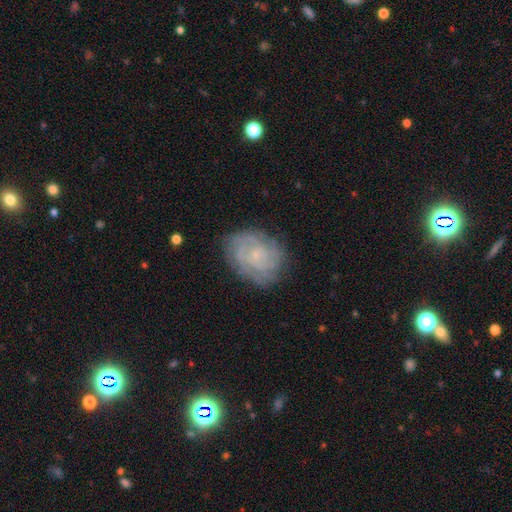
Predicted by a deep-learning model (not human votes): Q: Smooth or featured?
A: featured or disk (72%); runner-up: smooth (19%)
Q: Edge-on disk?
A: no (97%); runner-up: yes (3%)
Q: Bar?
A: no (76%); runner-up: weak (21%)
Q: Spiral arms?
A: yes (91%); runner-up: no (9%)
Q: Spiral winding?
A: tight (69%); runner-up: medium (25%)
Q: Spiral arm count?
A: can't tell (44%); runner-up: 4 (15%)
Q: Bulge size?
A: small (77%); runner-up: moderate (13%)
Q: Merging?
A: none (77%); runner-up: minor disturbance (16%)